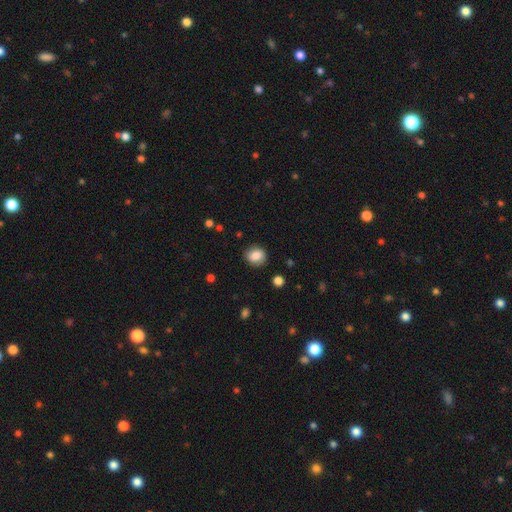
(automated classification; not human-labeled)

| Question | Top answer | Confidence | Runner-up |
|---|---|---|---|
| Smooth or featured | smooth | 83% | star or artifact (9%) |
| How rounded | round | 71% | in between (28%) |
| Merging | none | 87% | minor disturbance (9%) |